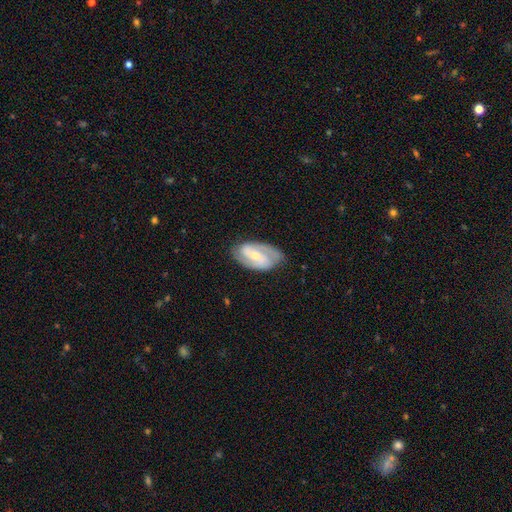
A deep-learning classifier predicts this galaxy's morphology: featured or disk 81%, smooth 14%, star or artifact 5%. Down the decision tree: edge-on disk — no (96%); bar — weak (39%); spiral arms — yes (93%); spiral arm count — 2 (88%); spiral winding — medium (46%); bulge size — small (54%); merging — none (80%).